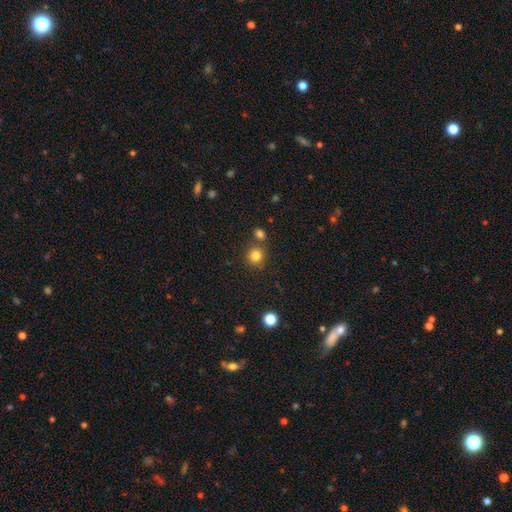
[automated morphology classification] Smooth or featured? Predicted: smooth (p=0.82). How rounded? Predicted: round (p=0.90). Merging? Predicted: none (p=0.76).